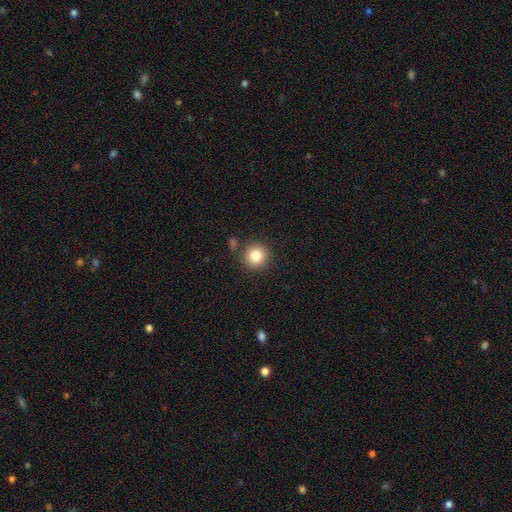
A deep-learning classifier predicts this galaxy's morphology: smooth-or-featured: smooth: 83% | star or artifact: 10% | featured or disk: 7%
  how-rounded: round: 94% | in between: 5% | cigar-shaped: 1%
  merging: none: 85% | minor disturbance: 8% | merger: 5% | major disturbance: 3%